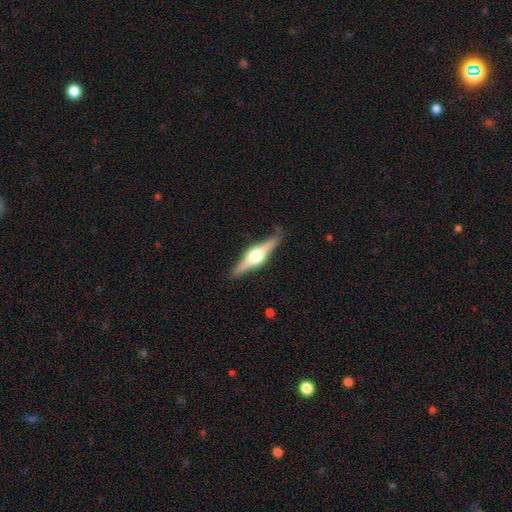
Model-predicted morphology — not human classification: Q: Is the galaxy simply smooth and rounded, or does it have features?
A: featured or disk — 77%.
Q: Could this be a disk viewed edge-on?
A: yes — 98%.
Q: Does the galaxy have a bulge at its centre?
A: rounded — 93%.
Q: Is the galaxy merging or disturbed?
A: none — 87%.